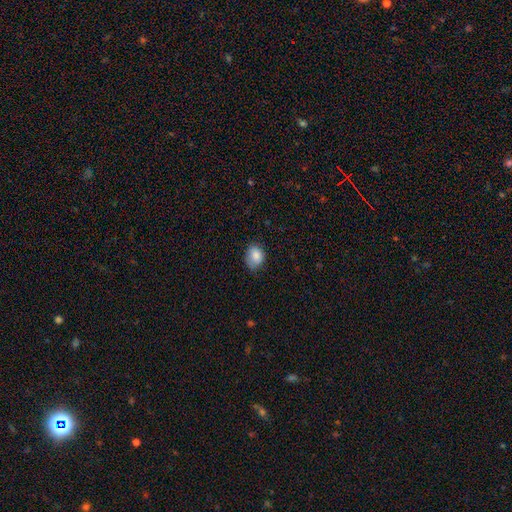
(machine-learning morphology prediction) Smooth or featured?
  - smooth: 84% *
  - featured or disk: 8%
  - star or artifact: 8%
How rounded?
  - in between: 55% *
  - round: 44%
  - cigar-shaped: 1%
Merging?
  - none: 64% *
  - minor disturbance: 29%
  - major disturbance: 6%
  - merger: 1%